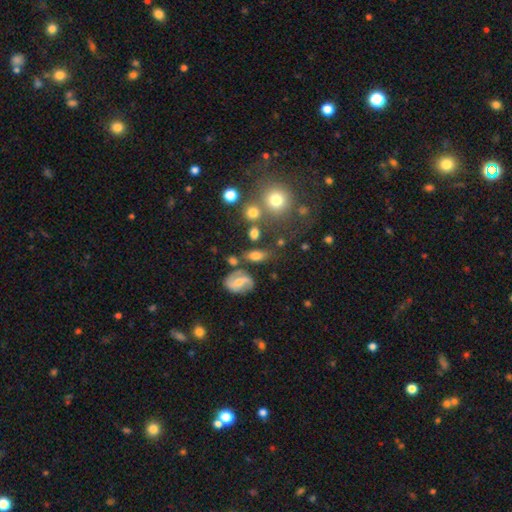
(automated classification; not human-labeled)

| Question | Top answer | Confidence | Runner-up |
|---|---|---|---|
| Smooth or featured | smooth | 64% | featured or disk (25%) |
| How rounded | in between | 73% | round (18%) |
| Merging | none | 64% | minor disturbance (16%) |